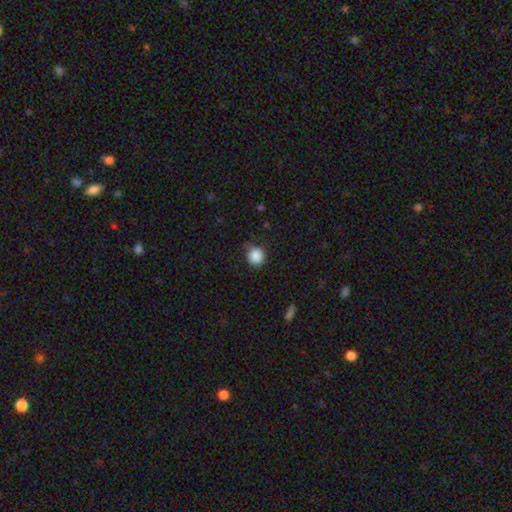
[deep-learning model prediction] Smooth or featured? Predicted: smooth (p=0.87). How rounded? Predicted: round (p=0.90). Merging? Predicted: none (p=0.78).